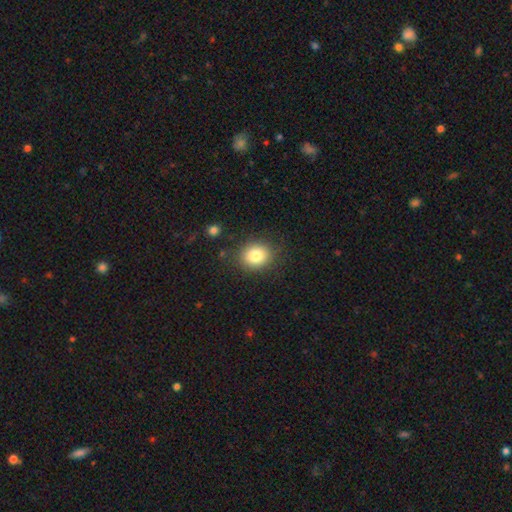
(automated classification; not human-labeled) Smooth or featured: smooth — 82% (star or artifact — 10%)
How rounded: round — 69% (in between — 30%)
Merging: none — 85% (minor disturbance — 10%)